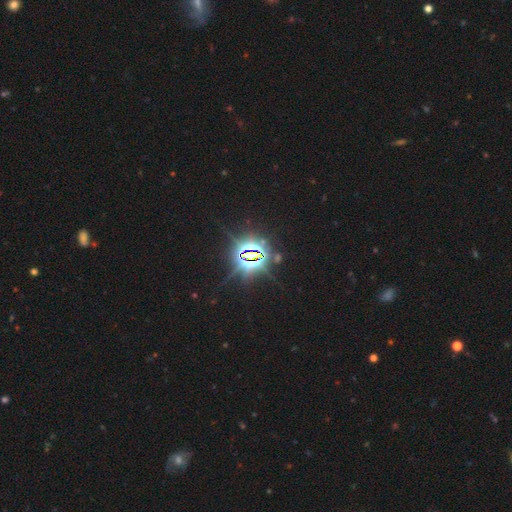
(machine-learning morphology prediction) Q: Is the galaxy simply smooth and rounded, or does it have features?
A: star or artifact — 84%.